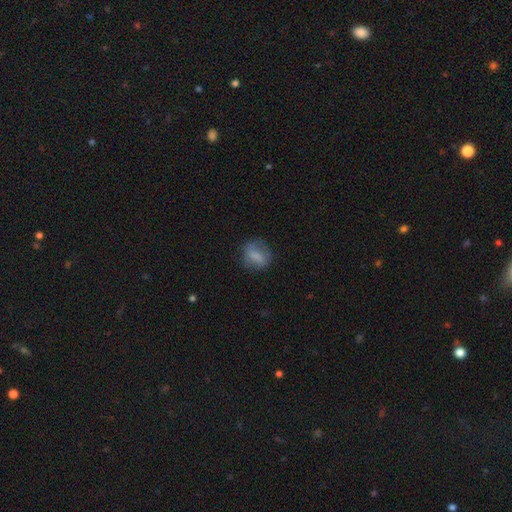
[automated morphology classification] This is likely a smooth galaxy (73%). How rounded: possibly round (51%). Merging: likely none (67%).